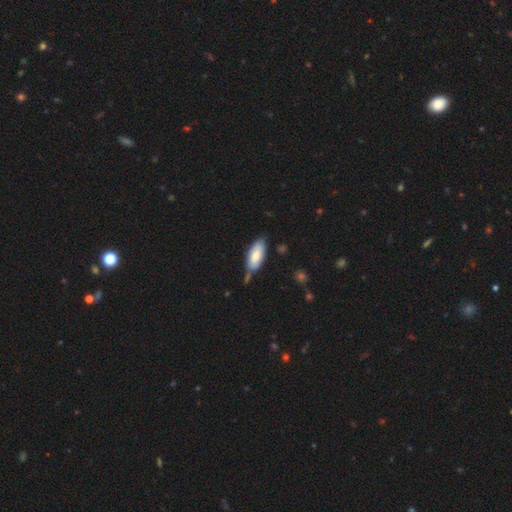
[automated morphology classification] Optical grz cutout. It shows a smooth galaxy with no disk features (74%) that is in between round and cigar-shaped (86%). Merging: none (62%).